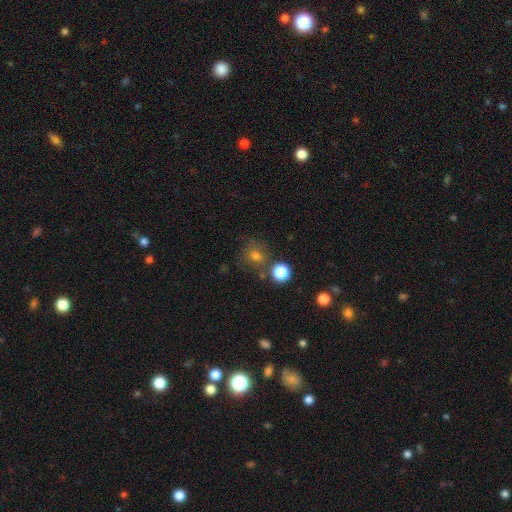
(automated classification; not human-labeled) The model was most divided on "smooth or featured": smooth: 71%, star or artifact: 18%, featured or disk: 11%. More confident: how rounded — round (77%); merging — none (68%).